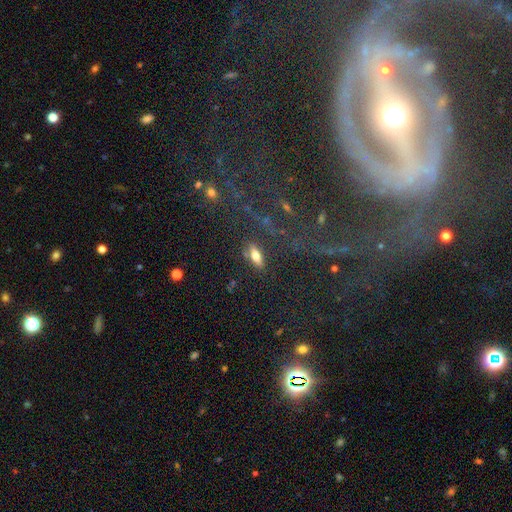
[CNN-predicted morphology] smooth 67%, featured or disk 22%, star or artifact 12%. Down the decision tree: how rounded — in between (72%); merging — none (83%).